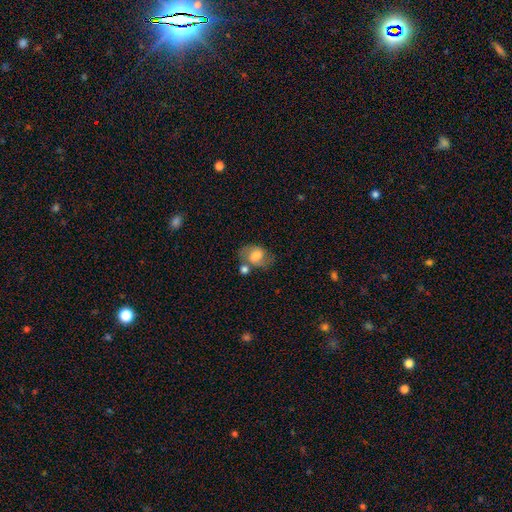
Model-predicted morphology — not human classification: Smooth or featured? smooth (56%)
How rounded? in between (72%)
Merging? none (54%)